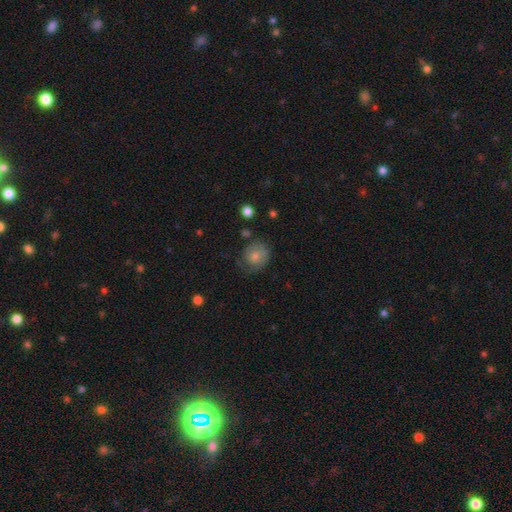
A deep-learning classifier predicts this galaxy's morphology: Smooth or featured: smooth — 72% (featured or disk — 20%)
How rounded: round — 77% (in between — 22%)
Merging: none — 55% (minor disturbance — 28%)